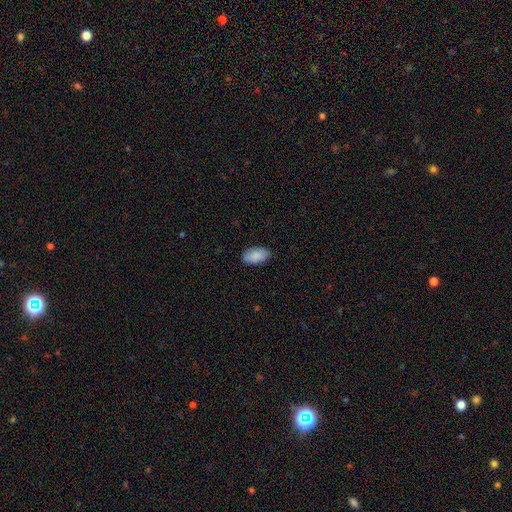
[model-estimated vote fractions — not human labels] This is clearly a smooth galaxy (89%). How rounded: clearly in between (94%). Merging: clearly none (86%).